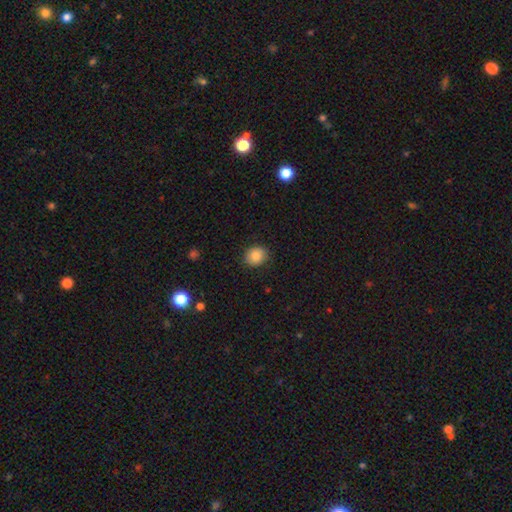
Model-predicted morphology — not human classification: Smooth or featured? Predicted: smooth (p=0.85). How rounded? Predicted: round (p=0.70). Merging? Predicted: none (p=0.87).